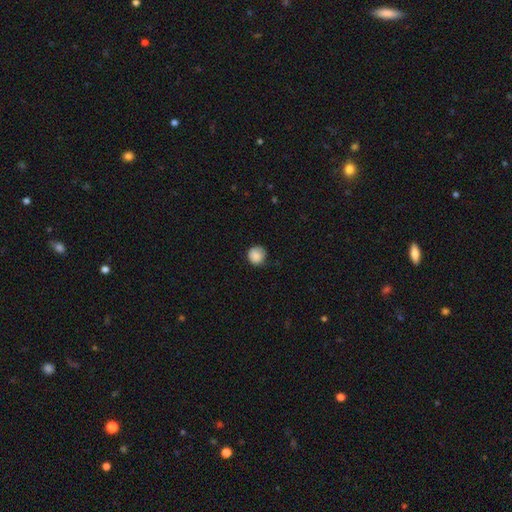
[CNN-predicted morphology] smooth 87%, star or artifact 8%, featured or disk 4%. Down the decision tree: how rounded — round (92%); merging — none (77%).